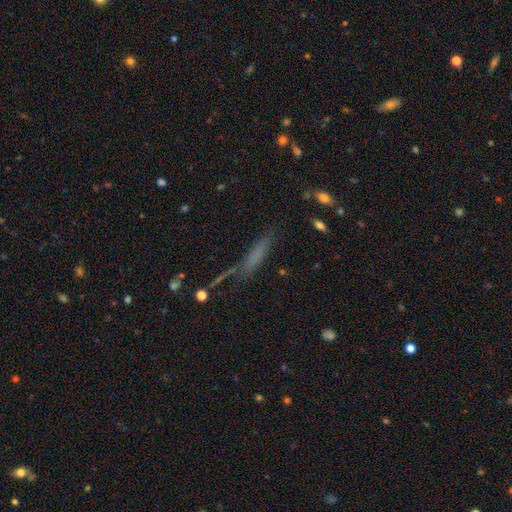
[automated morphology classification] A smooth galaxy with no disk features (61%) that is cigar-shaped (82%). Merging: none (63%).